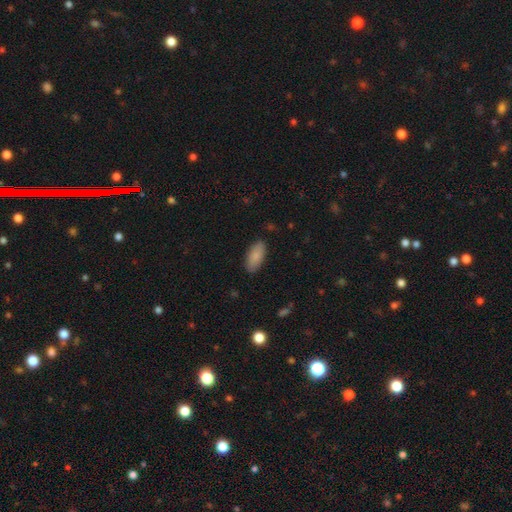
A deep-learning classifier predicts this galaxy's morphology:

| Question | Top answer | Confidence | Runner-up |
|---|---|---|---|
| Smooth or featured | smooth | 85% | featured or disk (9%) |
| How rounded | in between | 90% | cigar-shaped (8%) |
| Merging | none | 86% | minor disturbance (11%) |